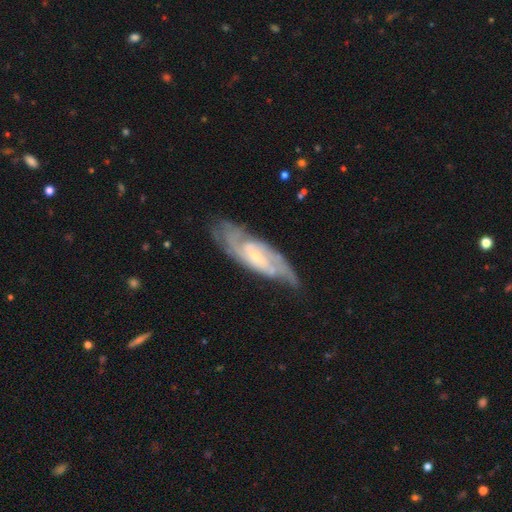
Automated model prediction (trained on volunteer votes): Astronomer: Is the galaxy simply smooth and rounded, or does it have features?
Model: featured or disk — 83%.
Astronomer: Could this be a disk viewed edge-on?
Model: no — 86%.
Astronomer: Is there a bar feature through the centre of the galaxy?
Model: no — 47% (runner-up: weak, 41%).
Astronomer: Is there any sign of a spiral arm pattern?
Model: yes — 95%.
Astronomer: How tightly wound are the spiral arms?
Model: tight — 52% (runner-up: medium, 38%).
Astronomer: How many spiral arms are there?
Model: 2 — 37% (runner-up: can't tell, 32%).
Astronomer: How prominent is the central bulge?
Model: small — 65%.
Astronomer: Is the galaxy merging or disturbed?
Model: none — 70%.